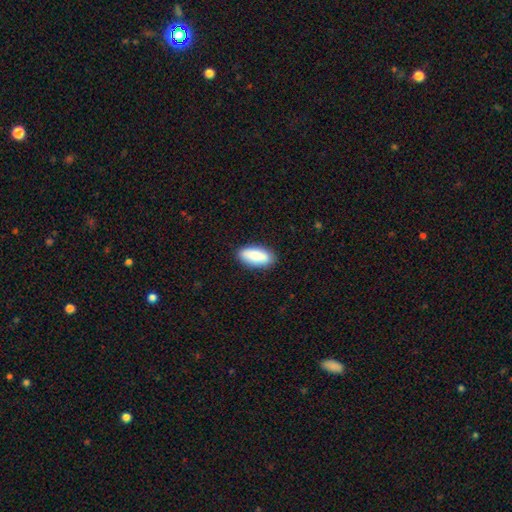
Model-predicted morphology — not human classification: smooth_or_featured: smooth (p=0.85) [alt: featured or disk p=0.09]
how_rounded: in between (p=0.87) [alt: cigar-shaped p=0.10]
merging: none (p=0.87) [alt: minor disturbance p=0.09]